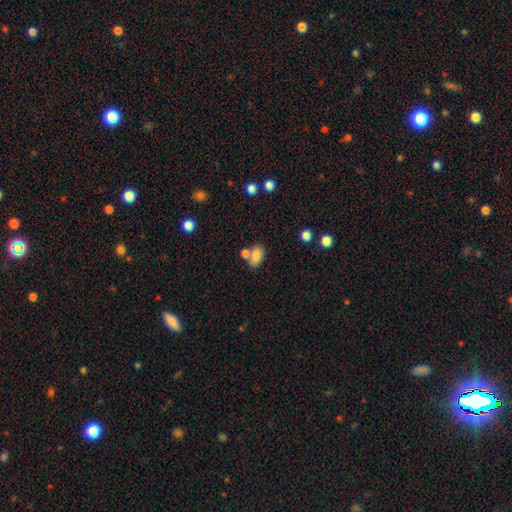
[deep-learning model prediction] Smooth or featured: smooth — 82% (star or artifact — 9%)
How rounded: in between — 89% (round — 9%)
Merging: none — 49% (merger — 33%)